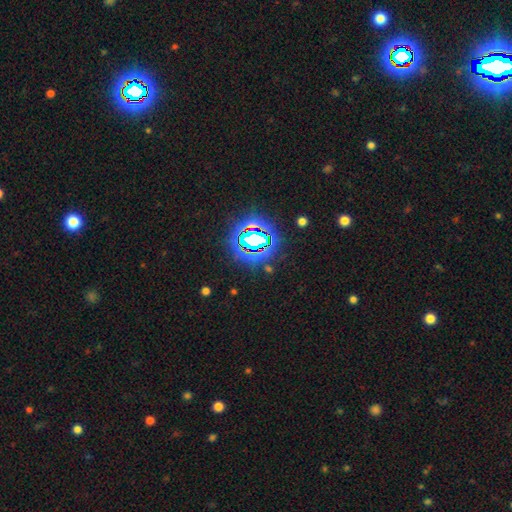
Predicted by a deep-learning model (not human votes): This is clearly a star or artifact rather than a galaxy (85%).